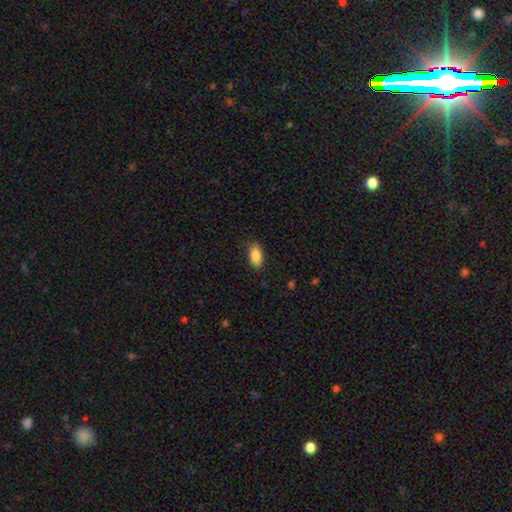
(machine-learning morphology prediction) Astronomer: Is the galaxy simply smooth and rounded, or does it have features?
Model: smooth — 86%.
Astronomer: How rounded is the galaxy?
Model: in between — 90%.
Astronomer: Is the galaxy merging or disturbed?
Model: none — 84%.